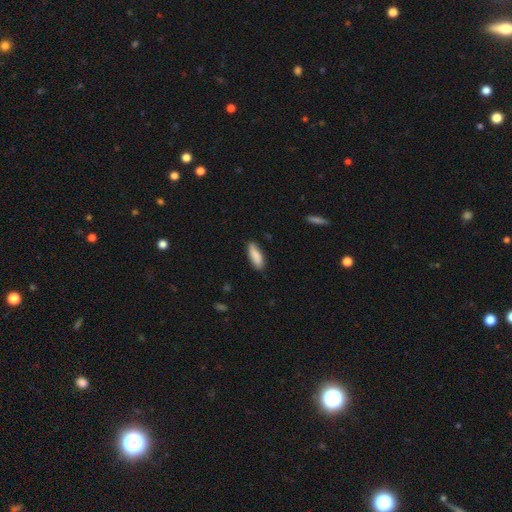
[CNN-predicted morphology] smooth-or-featured: smooth: 87% | featured or disk: 7% | star or artifact: 6%
  how-rounded: in between: 64% | cigar-shaped: 34% | round: 2%
  merging: none: 83% | minor disturbance: 14% | major disturbance: 2% | merger: 1%